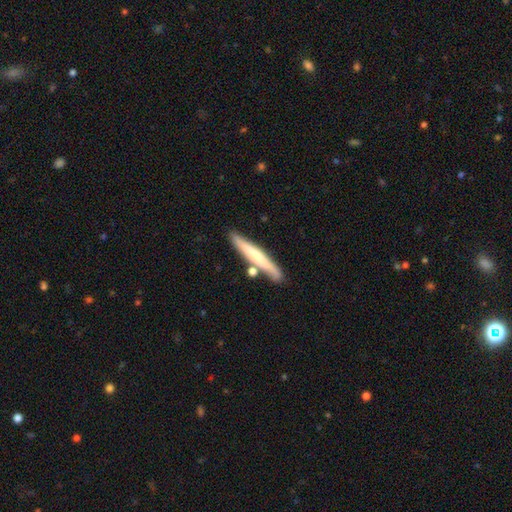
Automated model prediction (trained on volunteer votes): Overall: smooth (55%; featured or disk 40%). How rounded: cigar-shaped (94%). Merging: none (78%).